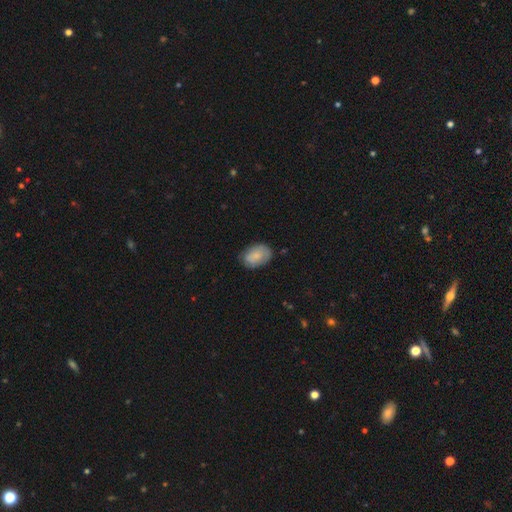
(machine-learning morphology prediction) This is likely a smooth galaxy (78%). How rounded: clearly in between (84%). Merging: likely none (71%).